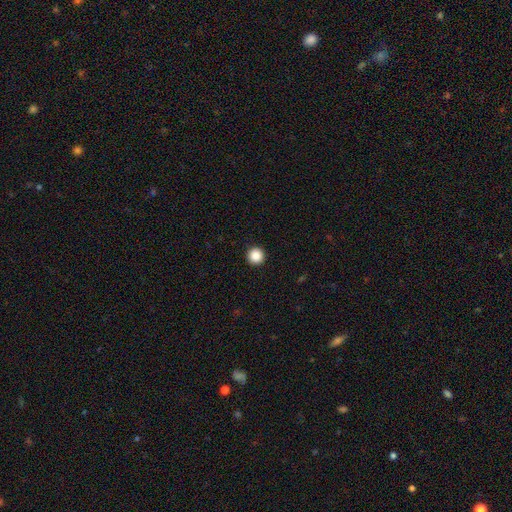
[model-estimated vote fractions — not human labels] The model was most divided on "smooth or featured": smooth: 88%, star or artifact: 9%, featured or disk: 3%. More confident: how rounded — round (97%); merging — none (94%).